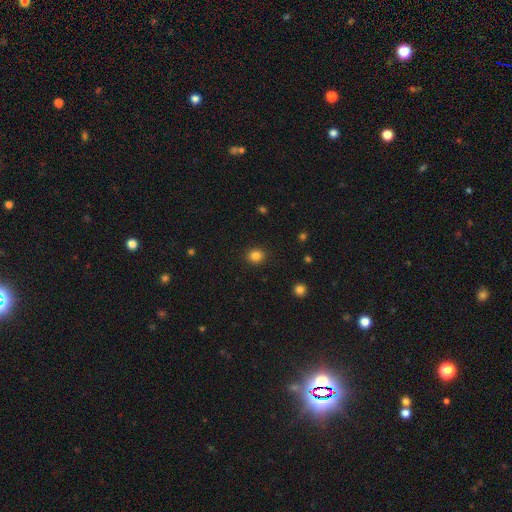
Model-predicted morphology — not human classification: smooth 84%, star or artifact 12%, featured or disk 4%. Down the decision tree: how rounded — round (83%); merging — none (91%).